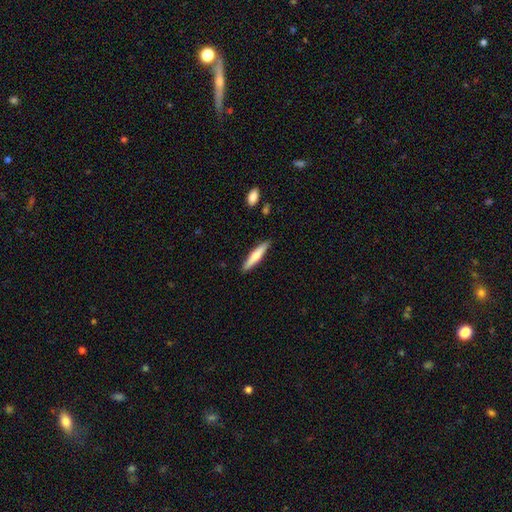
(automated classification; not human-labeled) Overall: smooth (62%; featured or disk 32%). How rounded: cigar-shaped (86%). Merging: none (89%).